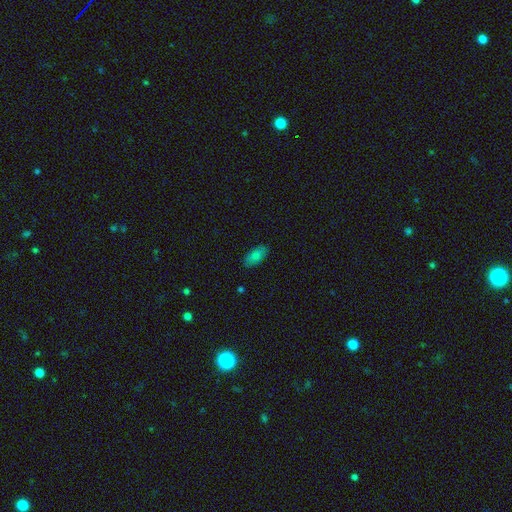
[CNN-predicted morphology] Smooth or featured? smooth (84%)
How rounded? in between (91%)
Merging? none (86%)